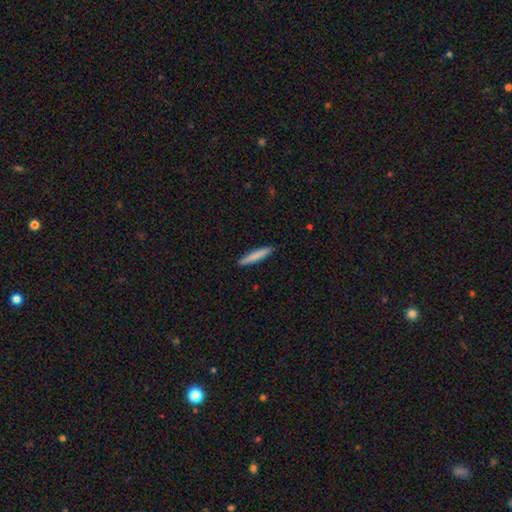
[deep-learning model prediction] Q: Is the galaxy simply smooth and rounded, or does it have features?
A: smooth — 80%.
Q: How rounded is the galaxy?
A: cigar-shaped — 94%.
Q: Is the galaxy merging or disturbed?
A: none — 92%.